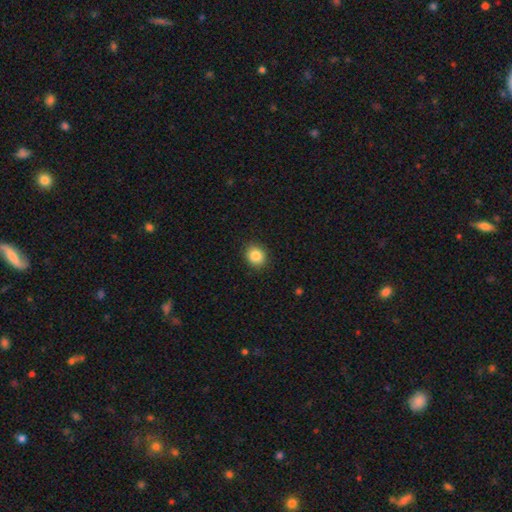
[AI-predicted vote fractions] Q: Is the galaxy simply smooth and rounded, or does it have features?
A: smooth — 86%.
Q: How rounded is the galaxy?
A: round — 74%.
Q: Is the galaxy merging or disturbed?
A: none — 90%.